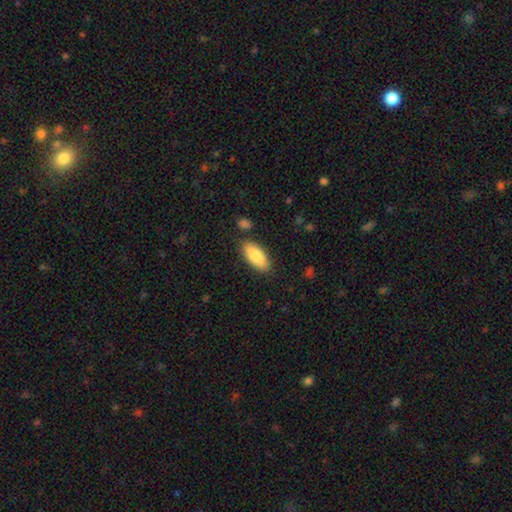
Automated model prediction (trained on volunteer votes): A smooth galaxy with no disk features (84%) that is in between round and cigar-shaped (86%).

Vote fractions:
- Smooth or featured? smooth: 84% / featured or disk: 10% / star or artifact: 6%
- How rounded? in between: 86% / cigar-shaped: 12% / round: 2%
- Merging? none: 84% / minor disturbance: 11% / merger: 3% / major disturbance: 3%